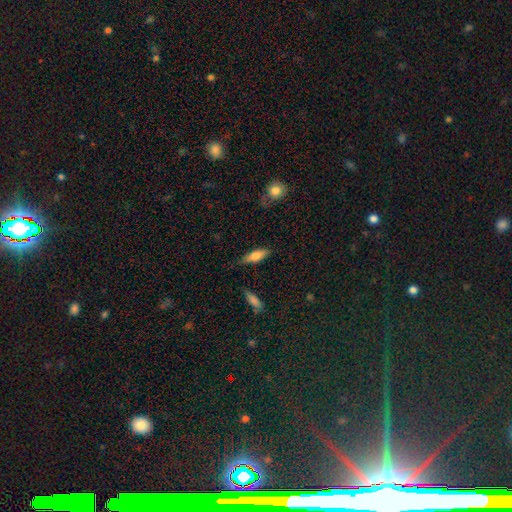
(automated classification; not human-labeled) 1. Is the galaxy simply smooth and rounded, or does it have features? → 70% smooth, 23% featured or disk, 7% star or artifact.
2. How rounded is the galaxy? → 58% in between, 40% cigar-shaped, 2% round.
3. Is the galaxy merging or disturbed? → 77% none, 17% minor disturbance, 4% major disturbance, 2% merger.